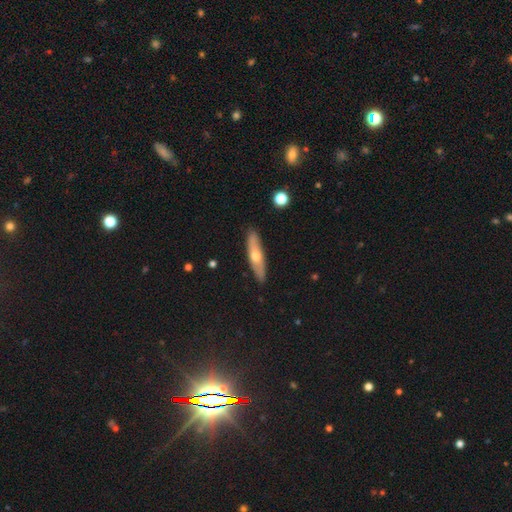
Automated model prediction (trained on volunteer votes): Q: Smooth or featured?
A: smooth (49%); runner-up: featured or disk (45%)
Q: Merging?
A: none (89%); runner-up: minor disturbance (8%)